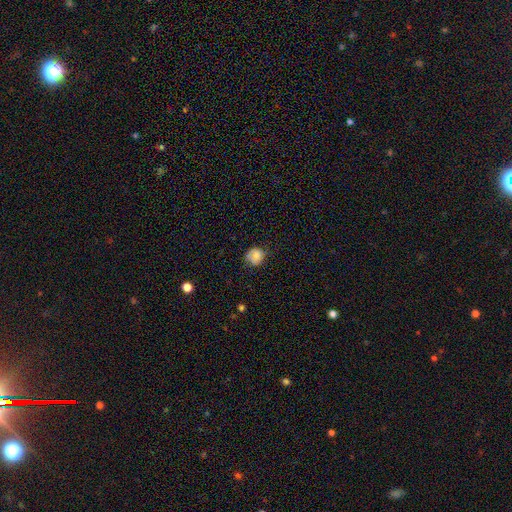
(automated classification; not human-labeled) This is likely a smooth galaxy (77%). How rounded: likely round (79%). Merging: likely none (62%).